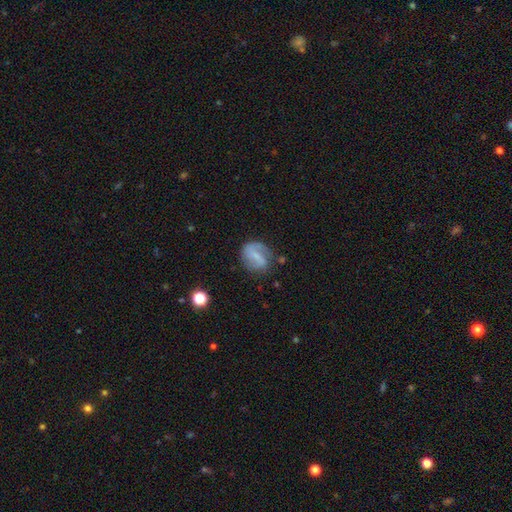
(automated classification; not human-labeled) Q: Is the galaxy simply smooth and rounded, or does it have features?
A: featured or disk — 62%.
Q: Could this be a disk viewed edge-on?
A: no — 97%.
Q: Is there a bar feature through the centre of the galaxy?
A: weak — 44%.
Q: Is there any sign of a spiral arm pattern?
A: yes — 84%.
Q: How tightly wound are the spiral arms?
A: medium — 42%.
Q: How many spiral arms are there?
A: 2 — 70%.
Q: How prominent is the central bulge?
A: small — 44%.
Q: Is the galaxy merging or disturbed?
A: none — 63%.